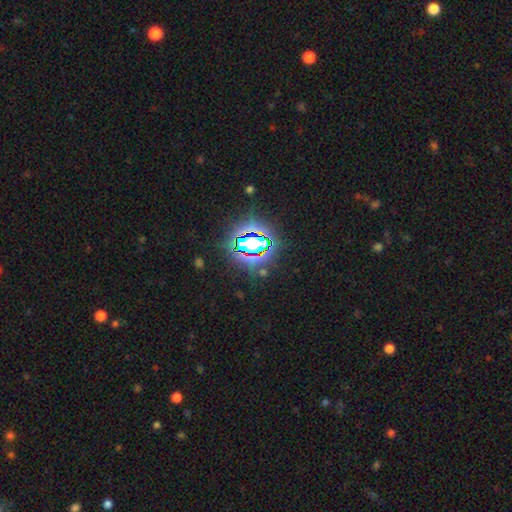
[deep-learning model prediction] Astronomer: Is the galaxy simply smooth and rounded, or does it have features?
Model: star or artifact — 80%.